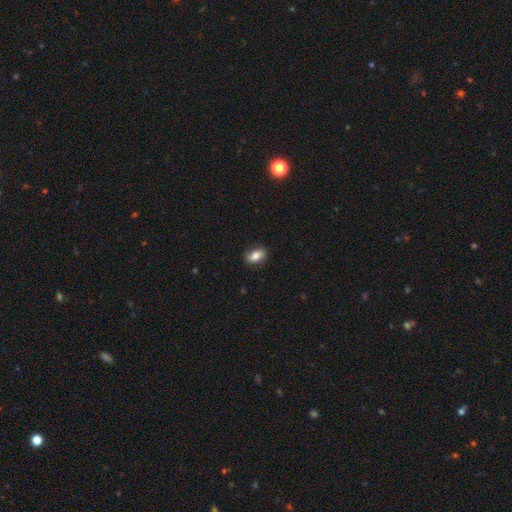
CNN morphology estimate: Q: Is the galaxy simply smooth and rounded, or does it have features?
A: smooth — 79%.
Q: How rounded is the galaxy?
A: in between — 83%.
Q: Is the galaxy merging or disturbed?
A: none — 84%.